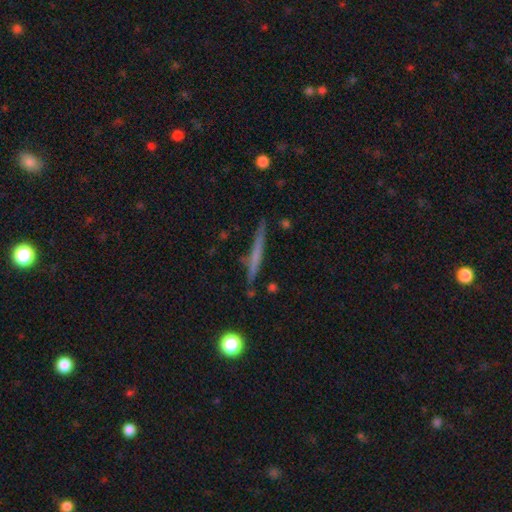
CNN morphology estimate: The model was most divided on "smooth or featured": featured or disk: 47%, smooth: 46%, star or artifact: 7%. More confident: merging — none (87%).